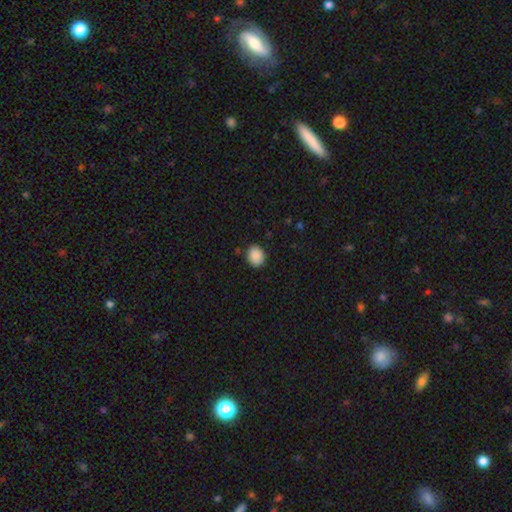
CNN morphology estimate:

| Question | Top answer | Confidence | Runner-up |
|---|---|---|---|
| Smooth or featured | smooth | 89% | star or artifact (8%) |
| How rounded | round | 50% | in between (49%) |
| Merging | none | 87% | minor disturbance (9%) |